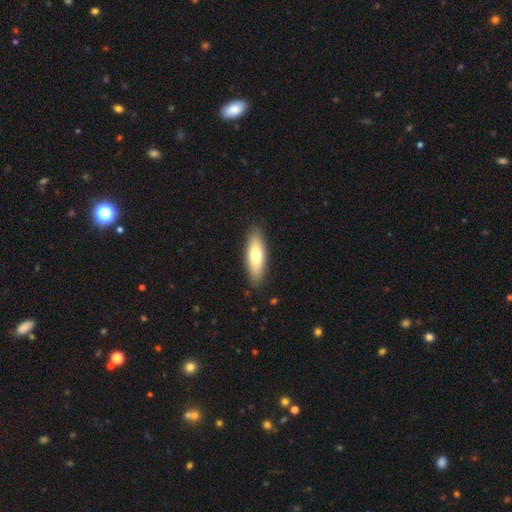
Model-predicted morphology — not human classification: Q: Smooth or featured?
A: smooth (70%); runner-up: featured or disk (25%)
Q: How rounded?
A: in between (57%); runner-up: cigar-shaped (41%)
Q: Merging?
A: none (89%); runner-up: minor disturbance (8%)